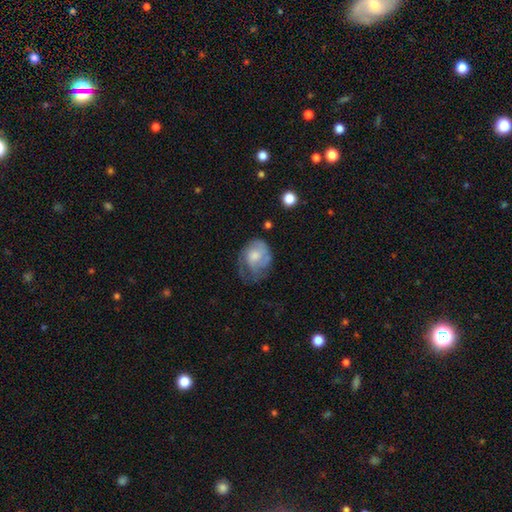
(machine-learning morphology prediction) A smooth galaxy with no disk features (51%) that is in between round and cigar-shaped (51%).

Vote fractions:
- Smooth or featured? smooth: 51% / featured or disk: 41% / star or artifact: 7%
- How rounded? in between: 51% / round: 48% / cigar-shaped: 1%
- Merging? major disturbance: 34% / minor disturbance: 33% / none: 31% / merger: 2%